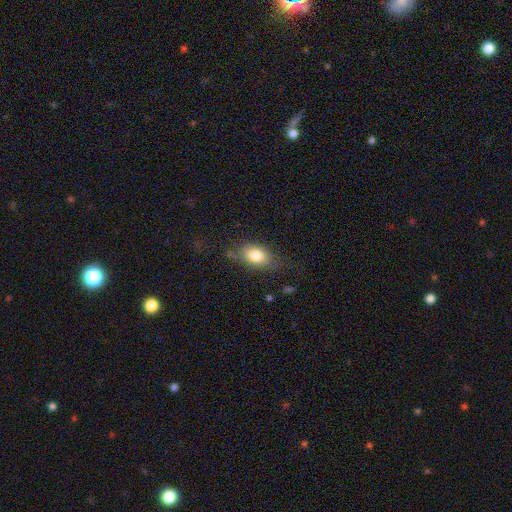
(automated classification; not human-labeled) A smooth galaxy with no disk features (78%) that is in between round and cigar-shaped (83%). Merging: none (72%).